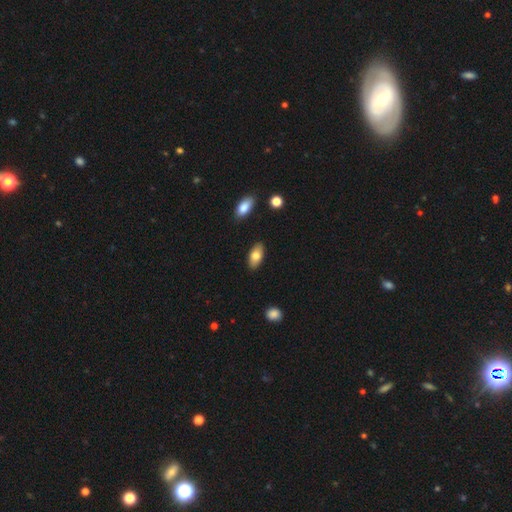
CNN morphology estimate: smooth 79%, featured or disk 15%, star or artifact 6%. Down the decision tree: how rounded — in between (92%); merging — none (87%).